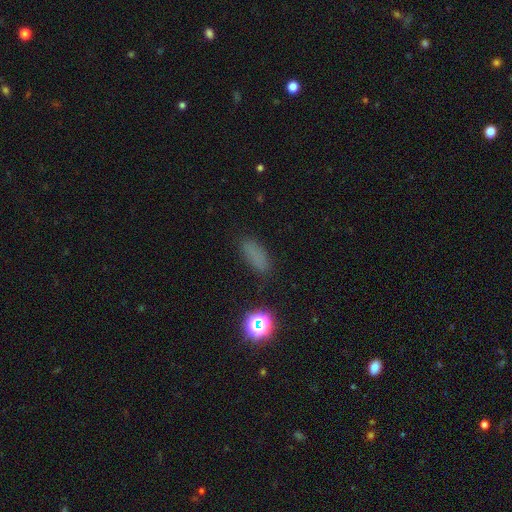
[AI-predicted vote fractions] This appears to be a smooth galaxy with no disk features (73%) that is in between round and cigar-shaped (72%). Merging: none (82%).